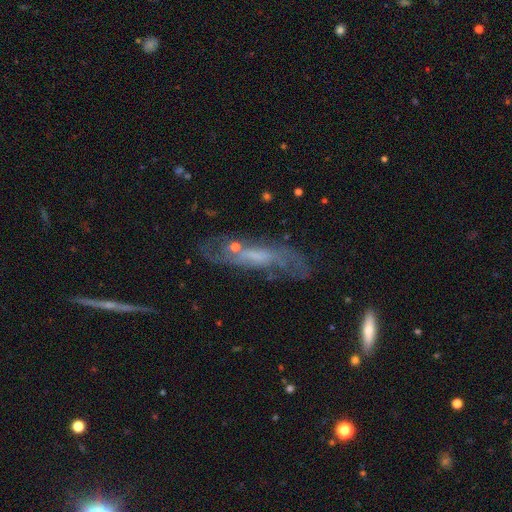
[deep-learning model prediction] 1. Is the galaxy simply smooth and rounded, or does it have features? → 67% featured or disk, 22% smooth, 10% star or artifact.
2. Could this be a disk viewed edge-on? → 67% no, 33% yes.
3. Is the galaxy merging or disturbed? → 58% none, 22% minor disturbance, 14% major disturbance, 5% merger.